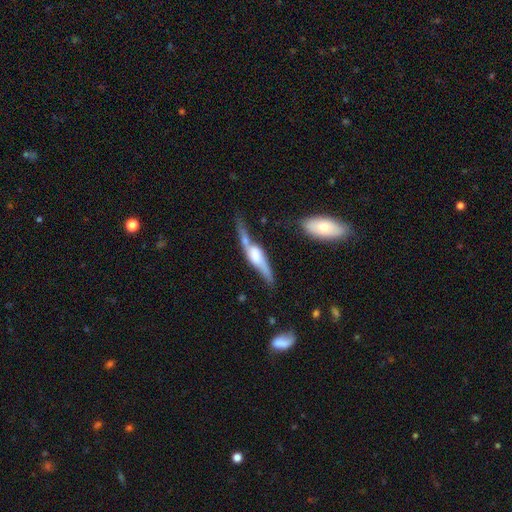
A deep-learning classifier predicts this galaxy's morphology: Smooth or featured?
  - featured or disk: 69% *
  - smooth: 25%
  - star or artifact: 6%
Edge-on disk?
  - yes: 86% *
  - no: 14%
Edge-on bulge?
  - rounded: 55% *
  - boxy: 37%
  - none: 9%
Merging?
  - none: 47% *
  - minor disturbance: 22%
  - merger: 20%
  - major disturbance: 11%